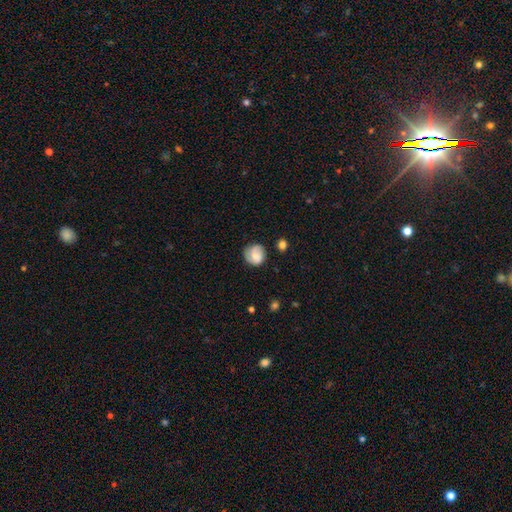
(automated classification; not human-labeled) This appears to be a smooth galaxy with no disk features (57%) that is round (84%). Merging: none (67%).